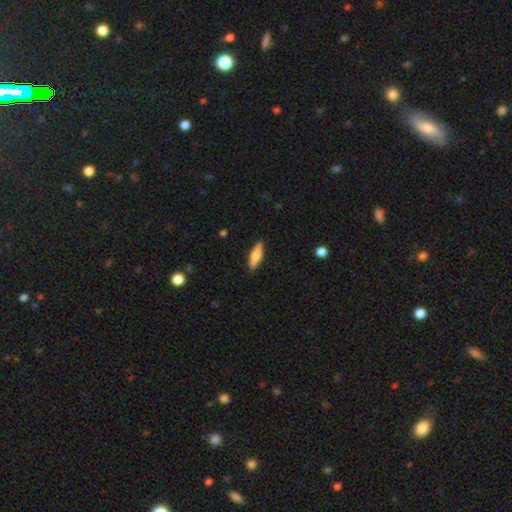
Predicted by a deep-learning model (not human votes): A smooth galaxy with no disk features (74%) that is cigar-shaped (55%). Merging: none (88%).